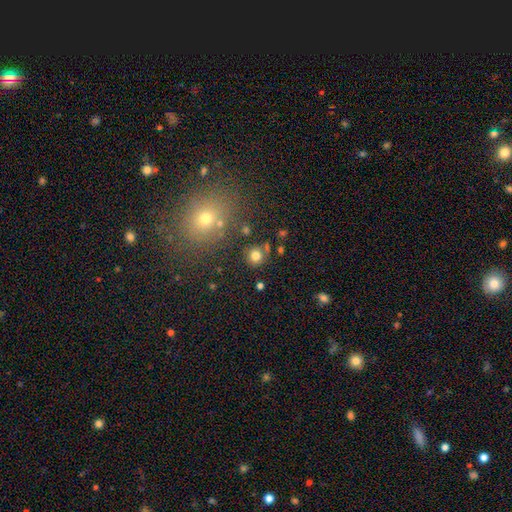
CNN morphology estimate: Smooth or featured: smooth — 79% (star or artifact — 14%)
How rounded: round — 91% (in between — 8%)
Merging: none — 82% (minor disturbance — 8%)